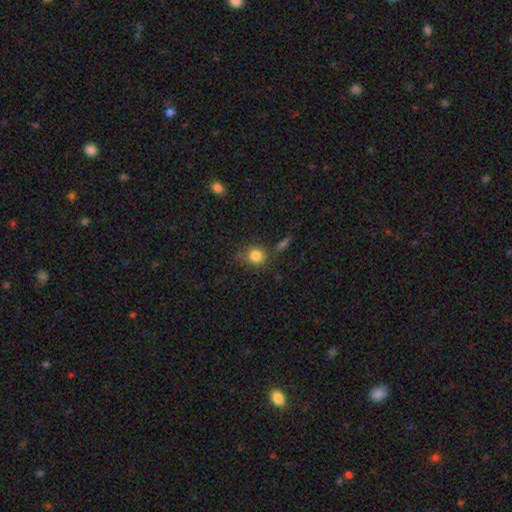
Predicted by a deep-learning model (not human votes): This is clearly a smooth galaxy (82%). How rounded: likely round (70%). Merging: likely none (66%).